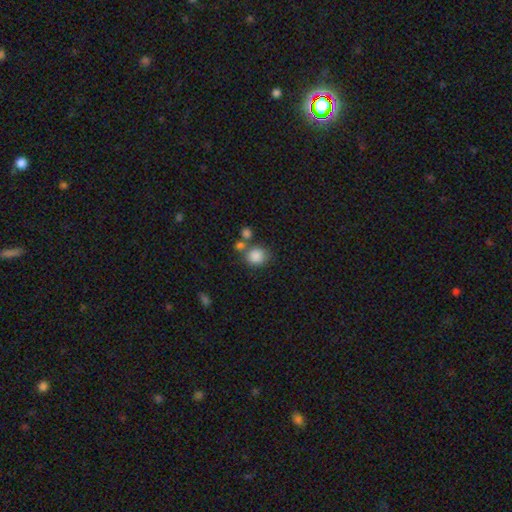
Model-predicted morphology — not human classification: type=smooth (84%); roundness=round (75%); merging=none (59%).